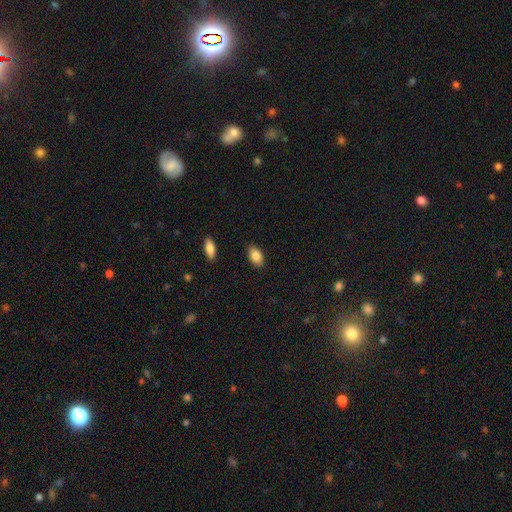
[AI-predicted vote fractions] Smooth or featured?
  - smooth: 86% *
  - star or artifact: 7%
  - featured or disk: 7%
How rounded?
  - in between: 91% *
  - round: 6%
  - cigar-shaped: 2%
Merging?
  - none: 87% *
  - minor disturbance: 9%
  - major disturbance: 2%
  - merger: 1%